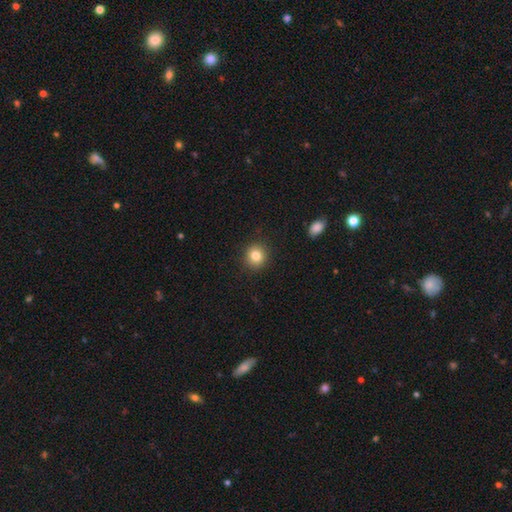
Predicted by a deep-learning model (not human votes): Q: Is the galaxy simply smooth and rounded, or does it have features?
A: smooth — 82%.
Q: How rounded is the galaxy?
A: round — 87%.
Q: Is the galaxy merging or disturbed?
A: none — 90%.